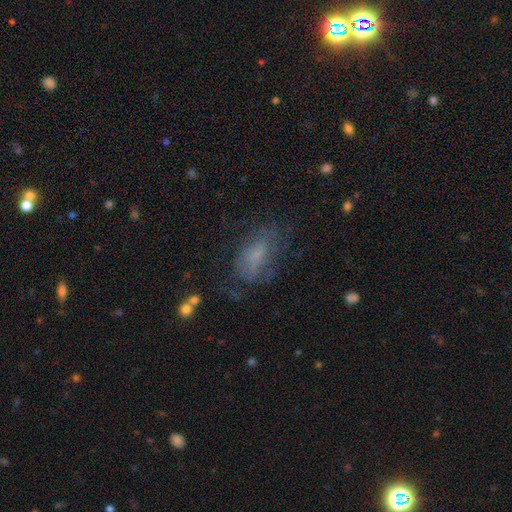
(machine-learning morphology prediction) smooth 54%, featured or disk 32%, star or artifact 14%. Down the decision tree: how rounded — in between (87%); merging — none (54%).